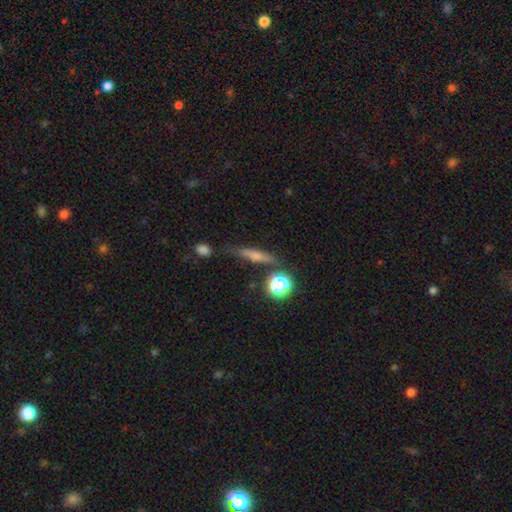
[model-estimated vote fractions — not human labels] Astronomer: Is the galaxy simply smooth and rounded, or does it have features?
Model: featured or disk — 50% (runner-up: smooth, 27%).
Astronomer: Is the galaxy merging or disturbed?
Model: none — 76%.